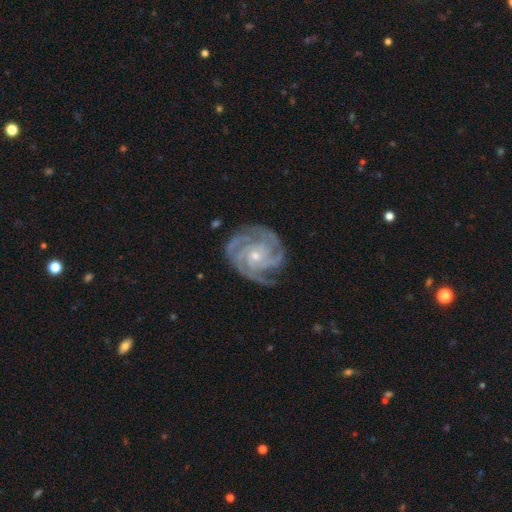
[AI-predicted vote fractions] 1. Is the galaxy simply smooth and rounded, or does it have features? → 92% featured or disk, 4% star or artifact, 4% smooth.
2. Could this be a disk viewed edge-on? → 98% no, 2% yes.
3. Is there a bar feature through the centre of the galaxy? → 72% no, 21% weak, 7% strong.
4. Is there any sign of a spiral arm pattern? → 99% yes, 1% no.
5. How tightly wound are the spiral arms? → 74% tight, 23% medium, 2% loose.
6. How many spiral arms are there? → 39% 3, 31% 4, 9% 2, 9% can't tell, 6% more than 4, 5% 1.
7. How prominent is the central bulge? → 65% small, 32% moderate, 1% none, 1% large, 1% dominant.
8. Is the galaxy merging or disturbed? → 77% none, 17% minor disturbance, 5% major disturbance, 1% merger.